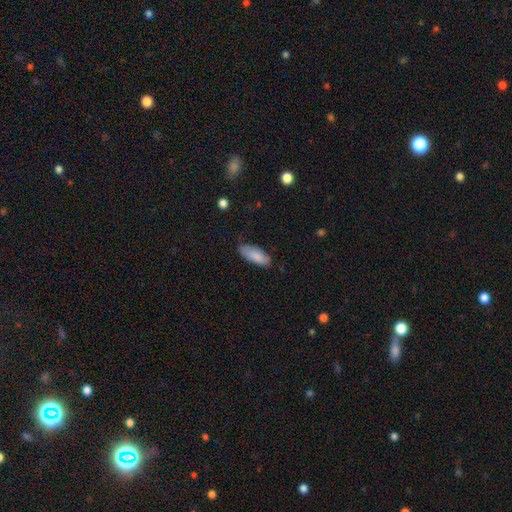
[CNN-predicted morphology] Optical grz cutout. It shows a smooth galaxy with no disk features (86%) that is in between round and cigar-shaped (79%). Merging: none (72%).